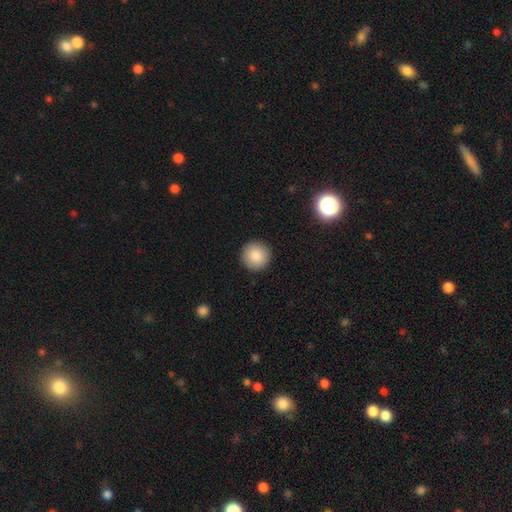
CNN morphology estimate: A smooth galaxy with no disk features (87%) that is round (96%).

Vote fractions:
- Smooth or featured? smooth: 87% / star or artifact: 8% / featured or disk: 5%
- How rounded? round: 96% / in between: 3% / cigar-shaped: 1%
- Merging? none: 93% / minor disturbance: 5% / major disturbance: 2% / merger: 1%